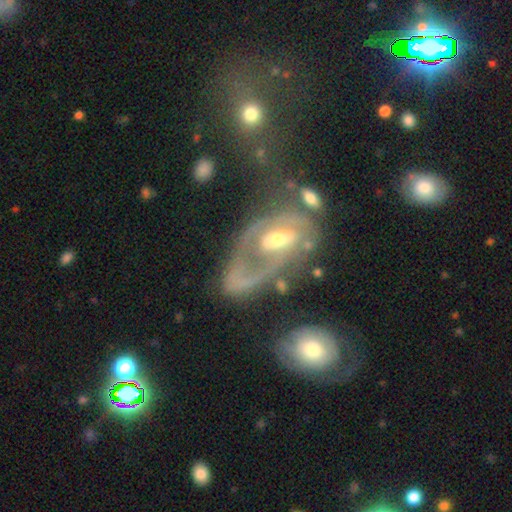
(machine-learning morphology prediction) A featured or disk galaxy (75%) with no bar (53%), spiral arms (68%) and a moderate central bulge (52%).

Vote fractions:
- Smooth or featured? featured or disk: 75% / smooth: 16% / star or artifact: 8%
- Edge-on disk? no: 94% / yes: 6%
- Bar? no: 53% / weak: 35% / strong: 13%
- Spiral arms? yes: 68% / no: 32%
- Bulge size? moderate: 52% / small: 40% / large: 4% / none: 3% / dominant: 1%
- Merging? major disturbance: 38% / none: 29% / minor disturbance: 17% / merger: 15%